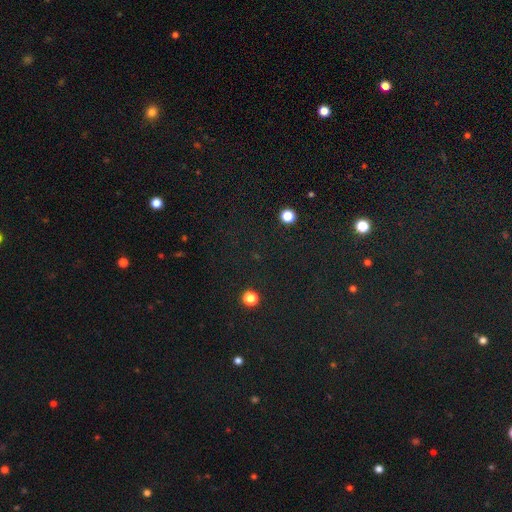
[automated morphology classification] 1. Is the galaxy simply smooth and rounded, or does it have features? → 73% star or artifact, 18% smooth, 9% featured or disk.